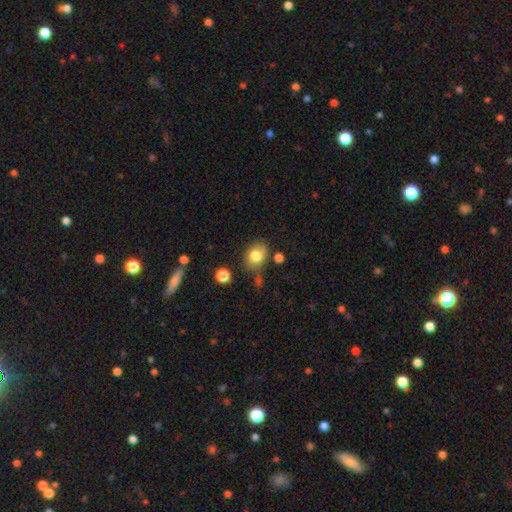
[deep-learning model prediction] This appears to be a smooth galaxy with no disk features (80%) that is in between round and cigar-shaped (58%). Merging: none (64%).